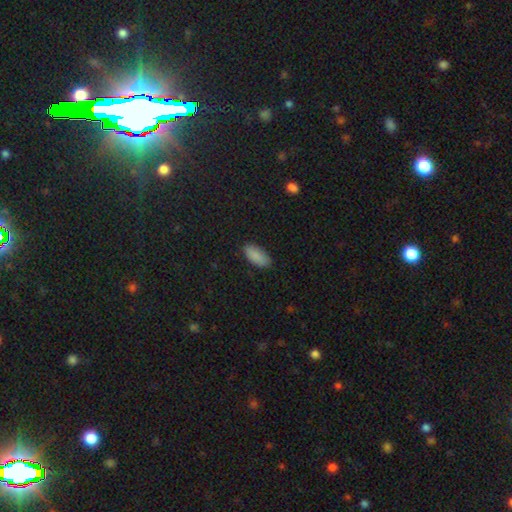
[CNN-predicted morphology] The model was most divided on "merging": none: 86%, minor disturbance: 10%, major disturbance: 2%, merger: 1%. More confident: smooth or featured — smooth (89%); how rounded — in between (88%).